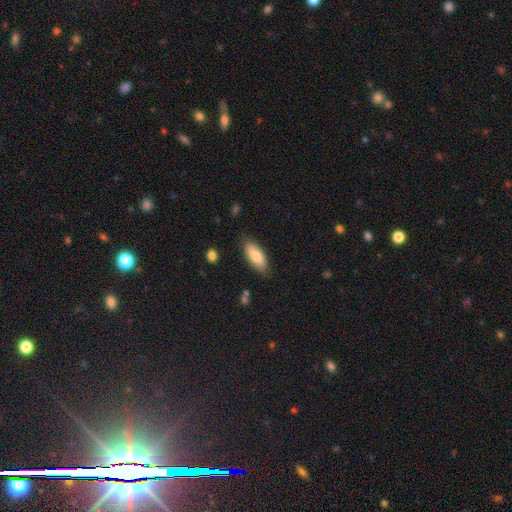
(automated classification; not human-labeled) Q: Smooth or featured?
A: smooth (80%); runner-up: featured or disk (13%)
Q: How rounded?
A: in between (79%); runner-up: cigar-shaped (20%)
Q: Merging?
A: none (83%); runner-up: minor disturbance (13%)